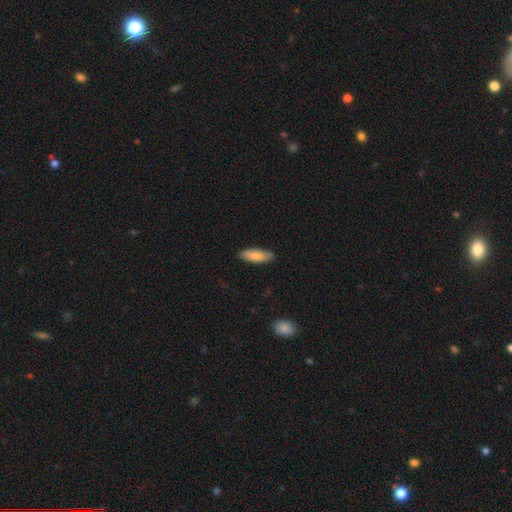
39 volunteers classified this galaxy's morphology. Smooth or featured: smooth — 69% (featured or disk — 18%)
How rounded: in between — 78% (cigar-shaped — 22%)
Merging: none — 91% (minor disturbance — 9%)